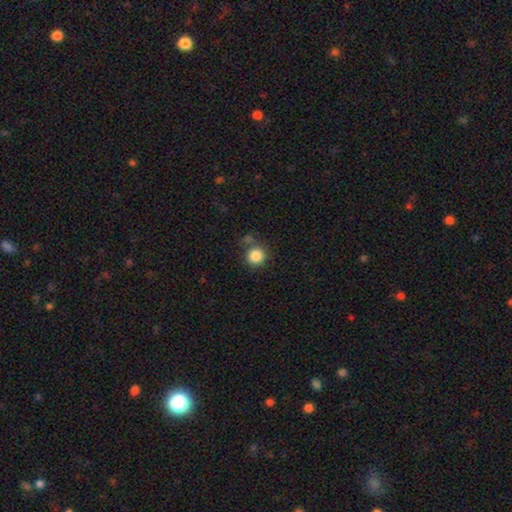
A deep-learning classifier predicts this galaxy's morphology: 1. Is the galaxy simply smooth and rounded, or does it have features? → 85% smooth, 10% star or artifact, 5% featured or disk.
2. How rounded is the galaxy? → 92% round, 7% in between, 1% cigar-shaped.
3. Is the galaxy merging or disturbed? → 74% none, 11% minor disturbance, 10% merger, 4% major disturbance.